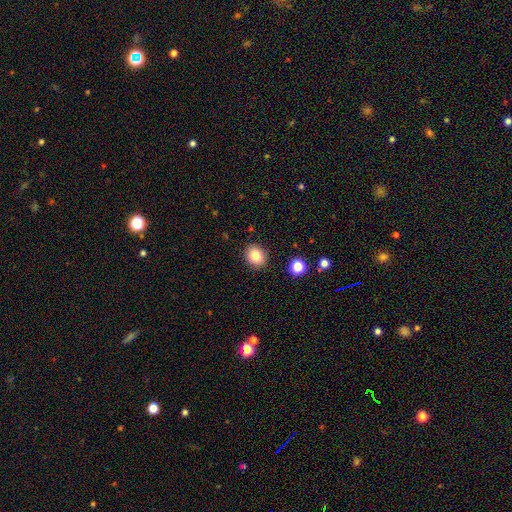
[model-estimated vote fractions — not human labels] Smooth or featured: smooth — 83% (star or artifact — 10%)
How rounded: round — 64% (in between — 35%)
Merging: none — 89% (minor disturbance — 7%)